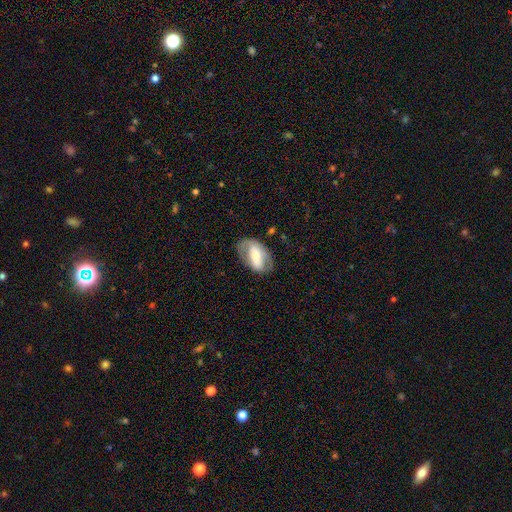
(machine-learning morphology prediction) smooth-or-featured: featured or disk: 57% | smooth: 36% | star or artifact: 7%
  disk-edge-on: no: 91% | yes: 9%
    bar: strong: 45% | no: 28% | weak: 27%
    has-spiral-arms: yes: 51% | no: 49%
    bulge-size: moderate: 50% | small: 35% | large: 10% | none: 2% | dominant: 2%
  merging: none: 67% | minor disturbance: 20% | major disturbance: 11% | merger: 2%